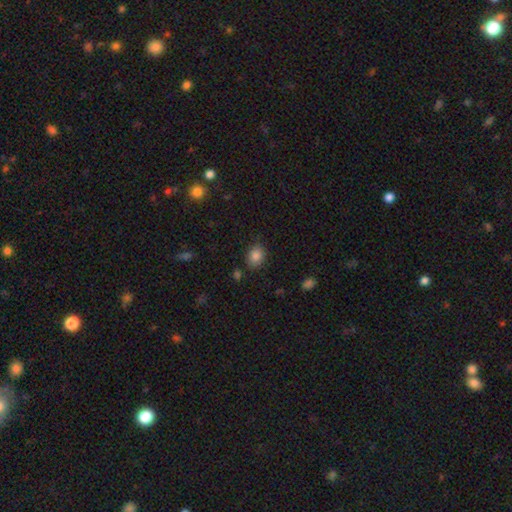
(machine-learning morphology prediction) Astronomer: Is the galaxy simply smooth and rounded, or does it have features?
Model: smooth — 85%.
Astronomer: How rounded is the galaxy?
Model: in between — 58% (runner-up: round, 41%).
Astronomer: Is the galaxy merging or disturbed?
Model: none — 82%.